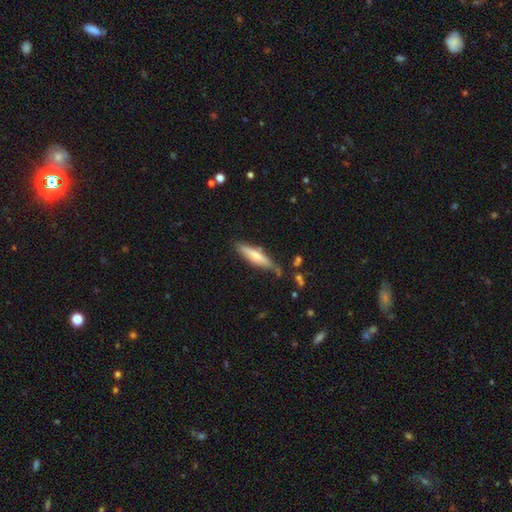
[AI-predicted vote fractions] This is possibly a smooth galaxy (59%). How rounded: likely cigar-shaped (76%). Merging: likely none (71%).